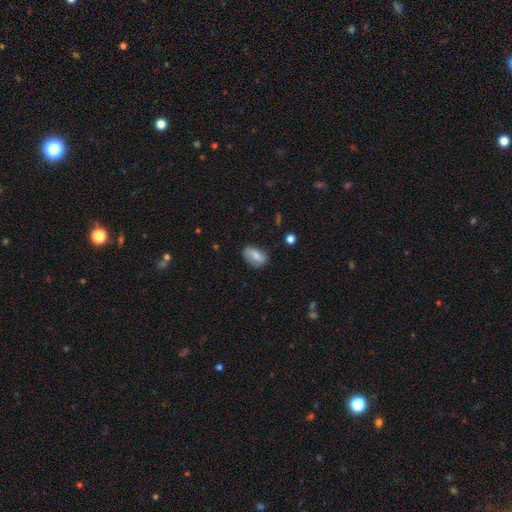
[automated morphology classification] smooth-or-featured: smooth: 73% | featured or disk: 20% | star or artifact: 8%
  how-rounded: in between: 88% | round: 9% | cigar-shaped: 3%
  merging: none: 74% | minor disturbance: 20% | major disturbance: 5% | merger: 2%